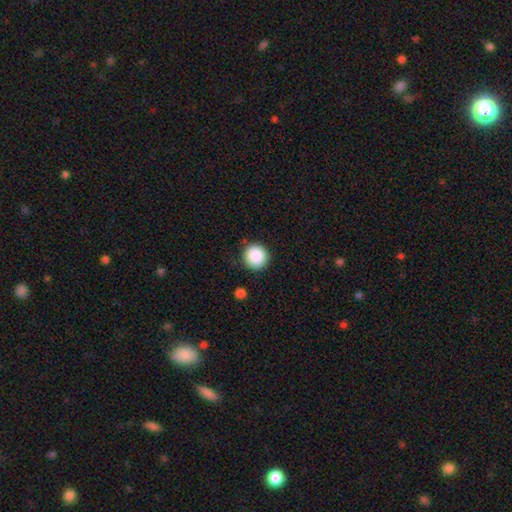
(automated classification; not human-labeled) Smooth or featured: smooth — 88% (star or artifact — 9%)
How rounded: round — 96% (in between — 4%)
Merging: none — 89% (minor disturbance — 7%)